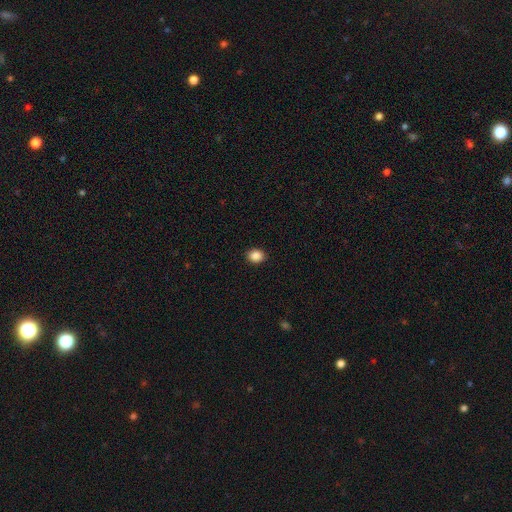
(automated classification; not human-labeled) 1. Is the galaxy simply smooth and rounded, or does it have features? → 88% smooth, 9% star or artifact, 3% featured or disk.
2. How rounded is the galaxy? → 58% round, 42% in between, 1% cigar-shaped.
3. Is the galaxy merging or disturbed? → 90% none, 7% minor disturbance, 2% major disturbance, 1% merger.